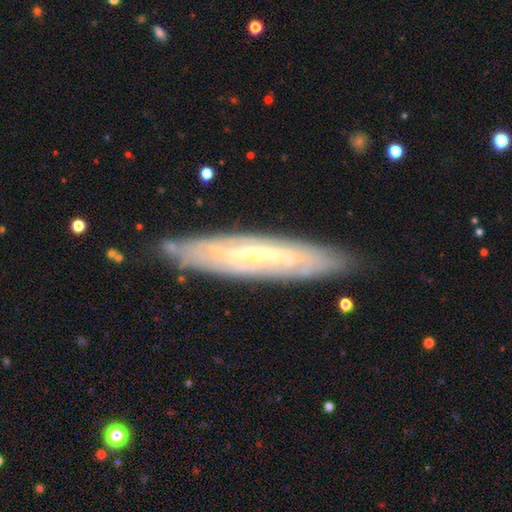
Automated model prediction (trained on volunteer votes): Smooth or featured? featured or disk (74%)
Edge-on disk? no (51%)
Merging? none (83%)